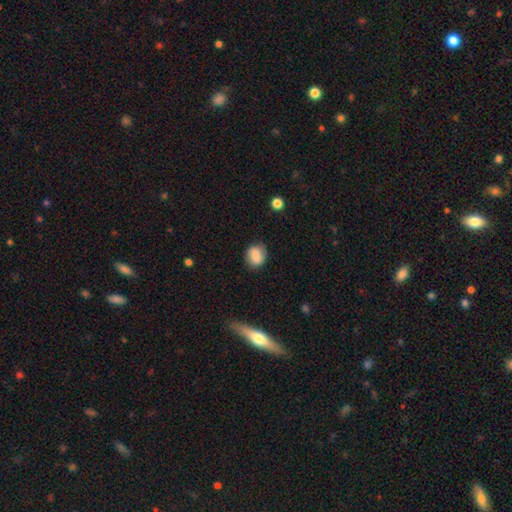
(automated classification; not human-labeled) smooth_or_featured: smooth (p=0.79) [alt: featured or disk p=0.13]
how_rounded: round (p=0.58) [alt: in between p=0.41]
merging: none (p=0.81) [alt: minor disturbance p=0.14]